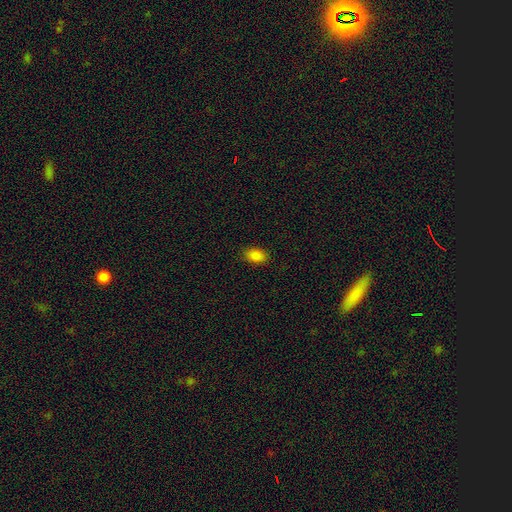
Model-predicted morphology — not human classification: Smooth or featured?
  - smooth: 86% *
  - star or artifact: 11%
  - featured or disk: 4%
How rounded?
  - in between: 87% *
  - round: 12%
  - cigar-shaped: 1%
Merging?
  - none: 87% *
  - minor disturbance: 10%
  - major disturbance: 2%
  - merger: 1%